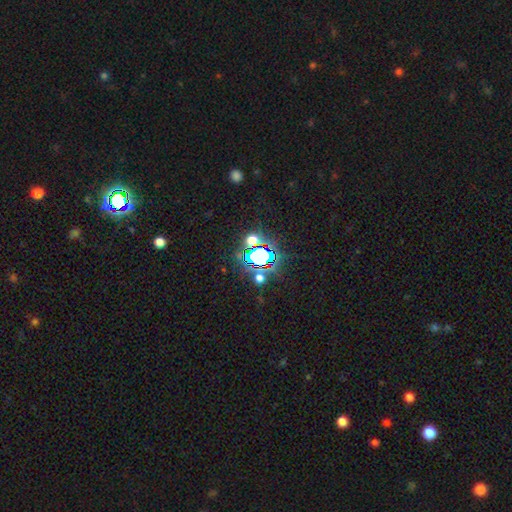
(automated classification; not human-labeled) The model was most divided on "smooth or featured": star or artifact: 78%, smooth: 15%, featured or disk: 7%.